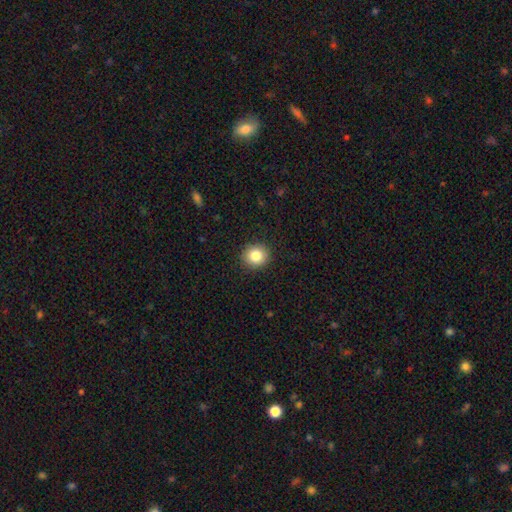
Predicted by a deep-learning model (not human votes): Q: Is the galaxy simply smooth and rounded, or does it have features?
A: smooth — 83%.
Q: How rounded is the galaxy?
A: round — 86%.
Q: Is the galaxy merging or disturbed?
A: none — 91%.